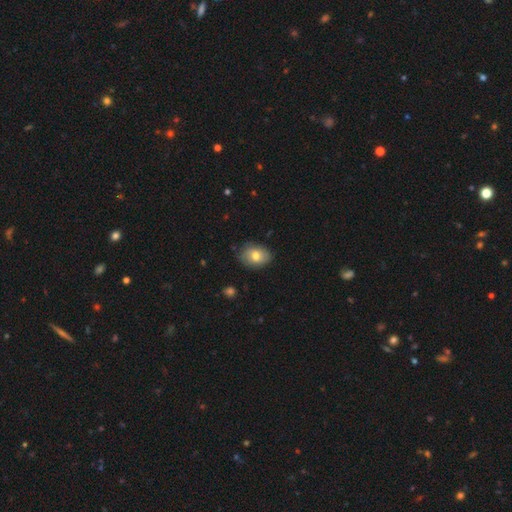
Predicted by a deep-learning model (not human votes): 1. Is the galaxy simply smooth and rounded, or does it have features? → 70% smooth, 23% featured or disk, 8% star or artifact.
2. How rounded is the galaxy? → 66% in between, 33% round, 1% cigar-shaped.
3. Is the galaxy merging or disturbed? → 81% none, 15% minor disturbance, 3% major disturbance, 1% merger.